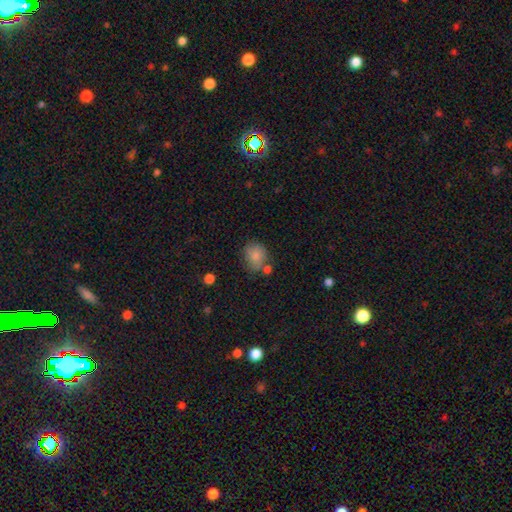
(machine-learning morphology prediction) Overall: smooth (82%). How rounded: round (62%; in between 37%). Merging: none (58%; minor disturbance 22%).